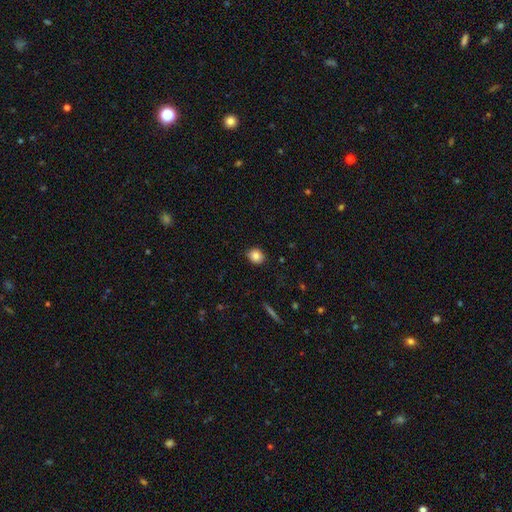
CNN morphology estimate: This appears to be a smooth galaxy with no disk features (83%) that is round (71%). Merging: none (89%).